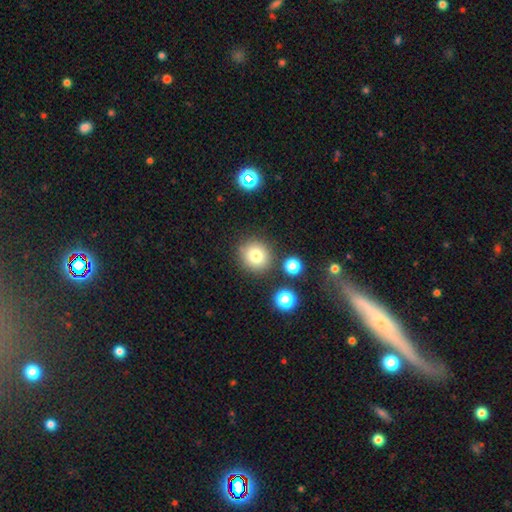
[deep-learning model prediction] This appears to be a smooth galaxy with no disk features (79%) that is round (91%). Merging: none (83%).